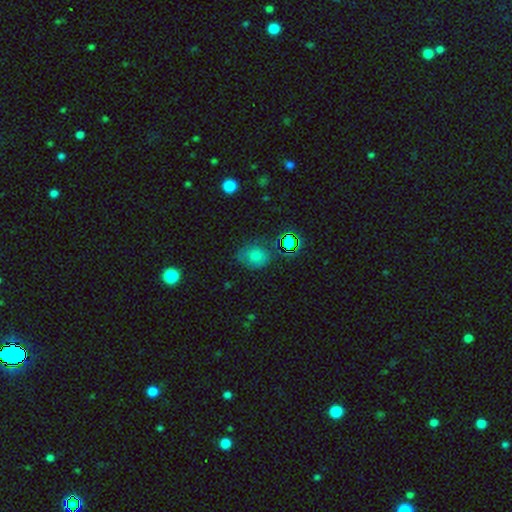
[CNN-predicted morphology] Smooth or featured: smooth — 63% (star or artifact — 20%)
How rounded: round — 57% (in between — 42%)
Merging: none — 68% (minor disturbance — 21%)